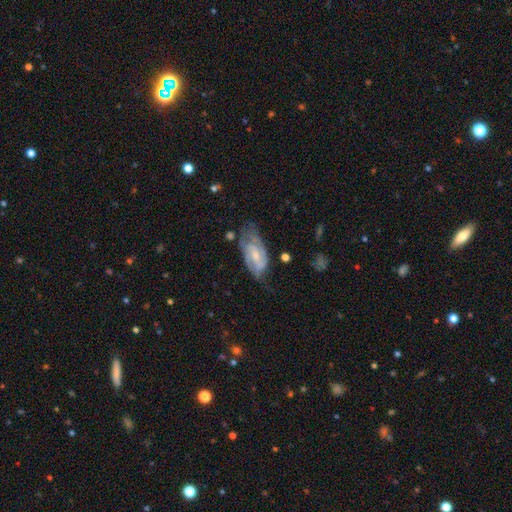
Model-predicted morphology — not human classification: Smooth or featured?
  - featured or disk: 78% *
  - smooth: 16%
  - star or artifact: 6%
Edge-on disk?
  - no: 94% *
  - yes: 6%
Bar?
  - weak: 51% *
  - no: 28%
  - strong: 20%
Spiral arms?
  - yes: 92% *
  - no: 8%
Spiral winding?
  - medium: 45% *
  - tight: 41%
  - loose: 14%
Spiral arm count?
  - 2: 72% *
  - can't tell: 15%
  - 3: 7%
  - 1: 3%
  - 4: 2%
  - more than 4: 2%
Bulge size?
  - small: 52% *
  - moderate: 36%
  - none: 9%
  - large: 2%
  - dominant: 1%
Merging?
  - none: 55% *
  - minor disturbance: 28%
  - major disturbance: 14%
  - merger: 3%